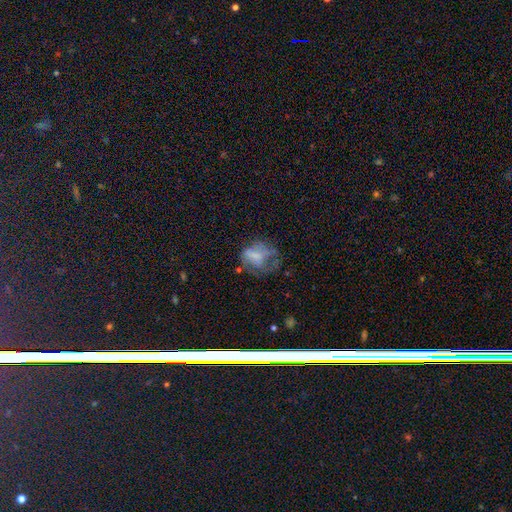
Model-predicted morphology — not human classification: This appears to be a smooth galaxy with no disk features (46%). Merging: major disturbance (41%).